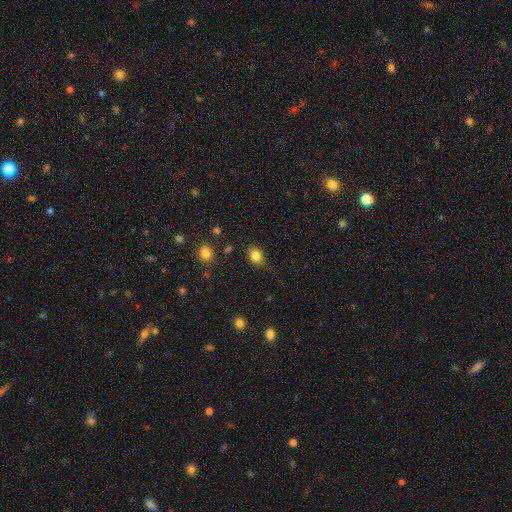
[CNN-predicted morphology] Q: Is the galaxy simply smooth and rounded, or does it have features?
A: smooth — 82%.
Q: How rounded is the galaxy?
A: in between — 63%.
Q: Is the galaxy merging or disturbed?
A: none — 68%.